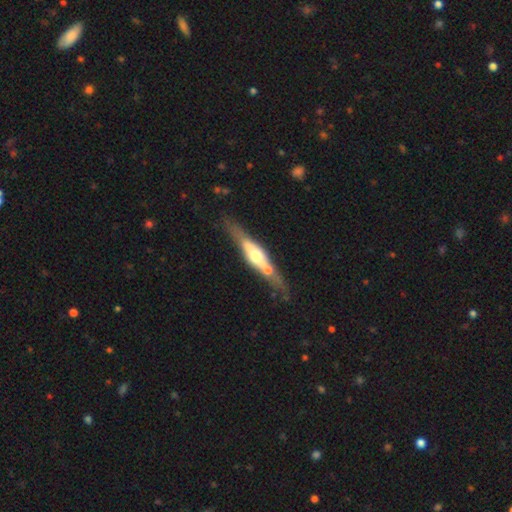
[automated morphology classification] Smooth or featured: featured or disk — 69% (smooth — 26%)
Edge-on disk: yes — 89% (no — 11%)
Edge-on bulge: rounded — 87% (boxy — 9%)
Merging: none — 65% (minor disturbance — 16%)